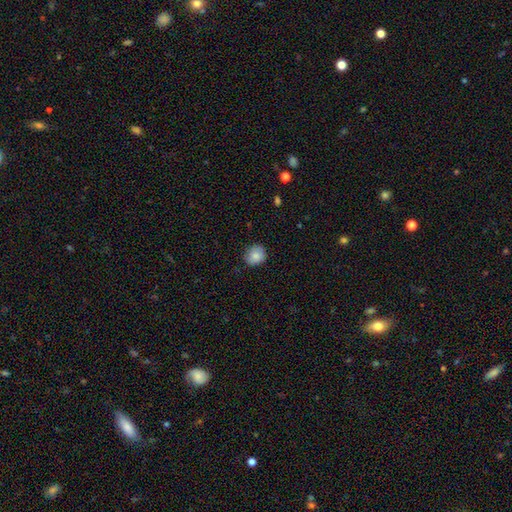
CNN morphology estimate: A smooth galaxy with no disk features (85%) that is round (77%).

Vote fractions:
- Smooth or featured? smooth: 85% / star or artifact: 8% / featured or disk: 7%
- How rounded? round: 77% / in between: 22% / cigar-shaped: 1%
- Merging? none: 80% / minor disturbance: 17% / major disturbance: 3% / merger: 1%